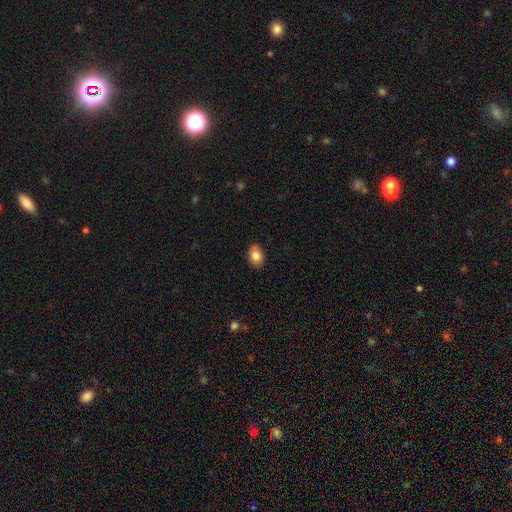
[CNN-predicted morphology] Overall: smooth (83%). How rounded: in between (82%). Merging: none (87%).